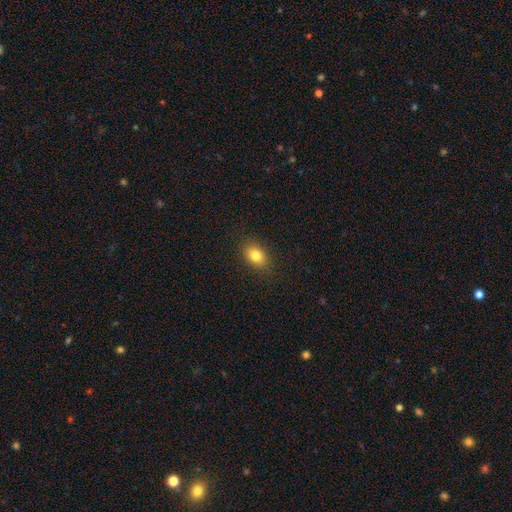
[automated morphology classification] The model was most divided on "how rounded": in between: 71%, round: 27%, cigar-shaped: 2%. More confident: merging — none (87%); smooth or featured — smooth (81%).